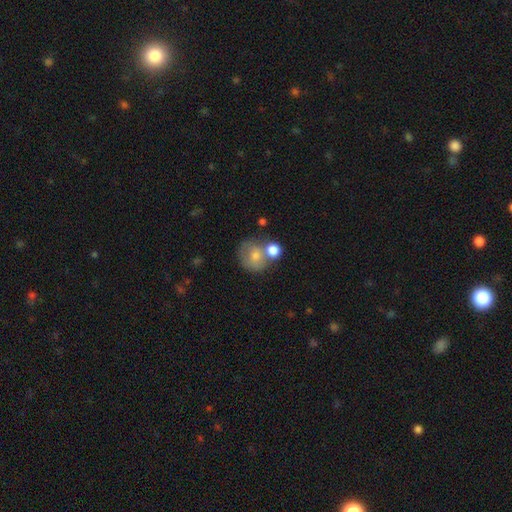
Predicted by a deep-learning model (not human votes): The model was most divided on "merging": none: 44%, merger: 36%, minor disturbance: 13%, major disturbance: 6%. More confident: how rounded — round (80%); smooth or featured — smooth (68%).